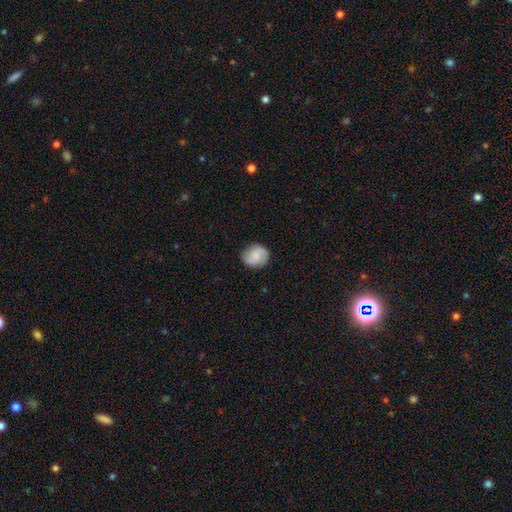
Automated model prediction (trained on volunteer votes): A smooth galaxy with no disk features (48%). Merging: none (84%).